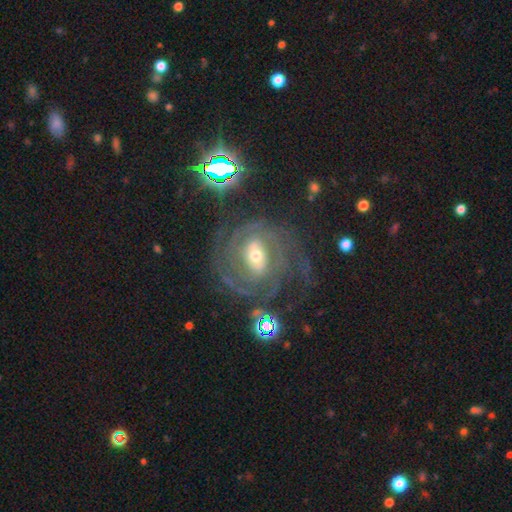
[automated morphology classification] Smooth or featured? featured or disk (86%)
Edge-on disk? no (97%)
Bar? weak (39%)
Spiral arms? yes (93%)
Spiral winding? tight (57%)
Spiral arm count? can't tell (29%)
Bulge size? moderate (55%)
Merging? none (65%)